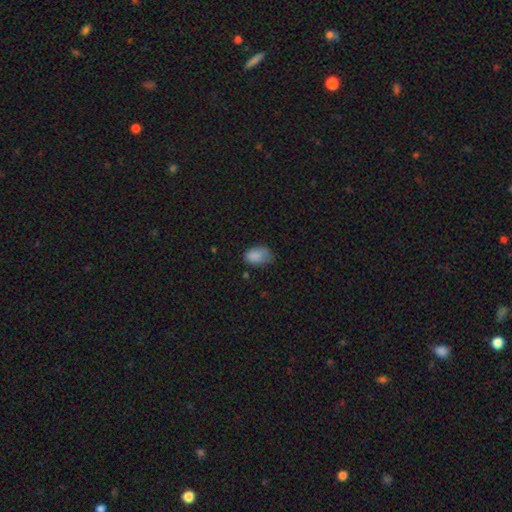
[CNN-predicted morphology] A smooth galaxy with no disk features (84%) that is in between round and cigar-shaped (86%). Merging: none (48%).